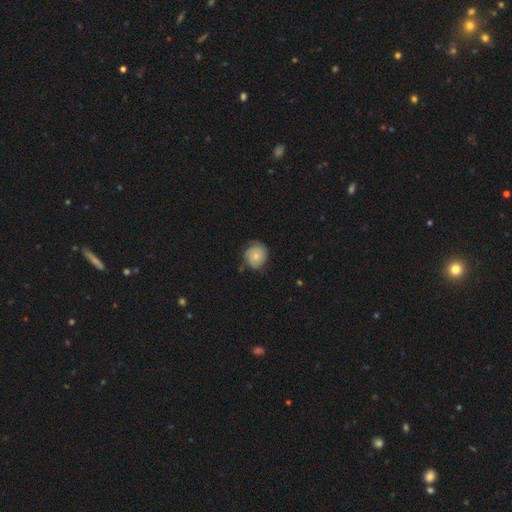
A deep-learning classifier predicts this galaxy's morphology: This appears to be a smooth galaxy with no disk features (67%) that is round (85%). Merging: none (67%).